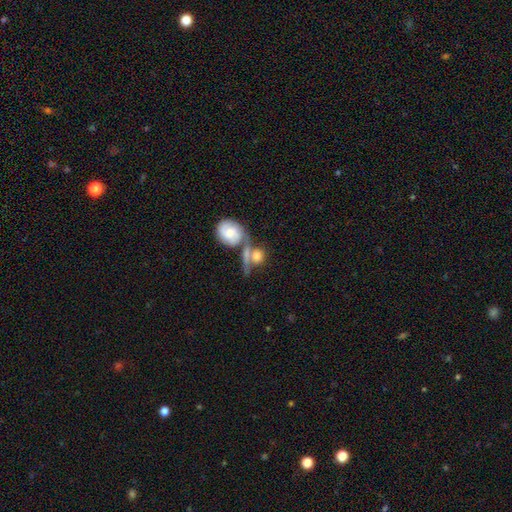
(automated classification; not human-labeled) A smooth galaxy with no disk features (60%) that is round (63%).

Vote fractions:
- Smooth or featured? smooth: 60% / featured or disk: 30% / star or artifact: 9%
- How rounded? round: 63% / in between: 32% / cigar-shaped: 5%
- Merging? merger: 52% / none: 28% / minor disturbance: 11% / major disturbance: 9%